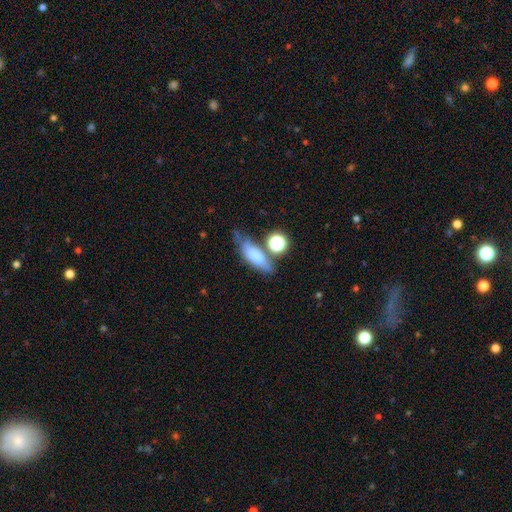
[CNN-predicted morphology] A smooth galaxy with no disk features (69%) that is in between round and cigar-shaped (60%). Merging: none (45%).